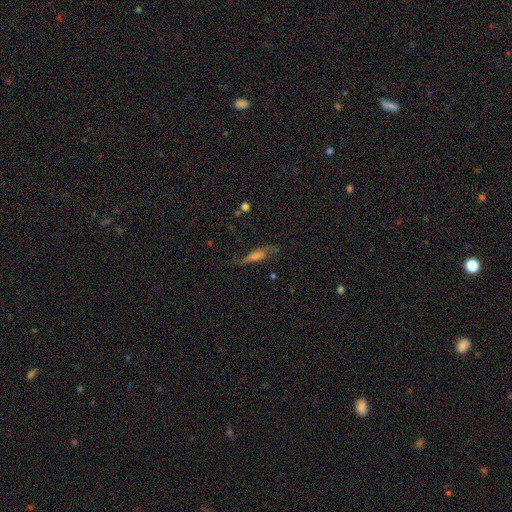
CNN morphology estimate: type=featured or disk (57%); edge-on=yes (58%); merging=none (67%).